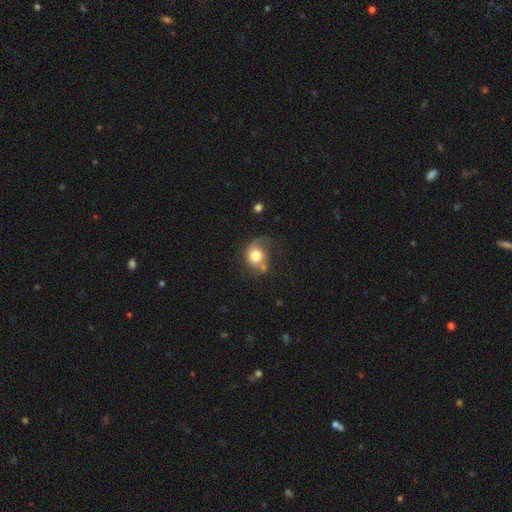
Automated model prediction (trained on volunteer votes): smooth-or-featured: smooth: 68% | featured or disk: 23% | star or artifact: 9%
  how-rounded: round: 69% | in between: 30% | cigar-shaped: 1%
  merging: none: 32% | major disturbance: 28% | minor disturbance: 25% | merger: 15%